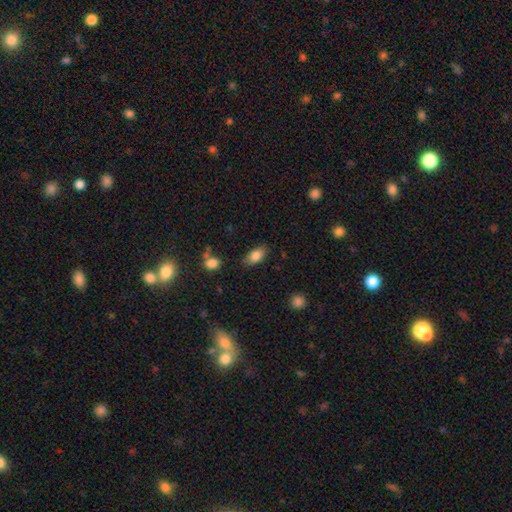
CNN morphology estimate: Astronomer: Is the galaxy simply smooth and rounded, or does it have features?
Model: smooth — 83%.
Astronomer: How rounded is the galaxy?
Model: in between — 88%.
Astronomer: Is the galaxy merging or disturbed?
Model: none — 81%.